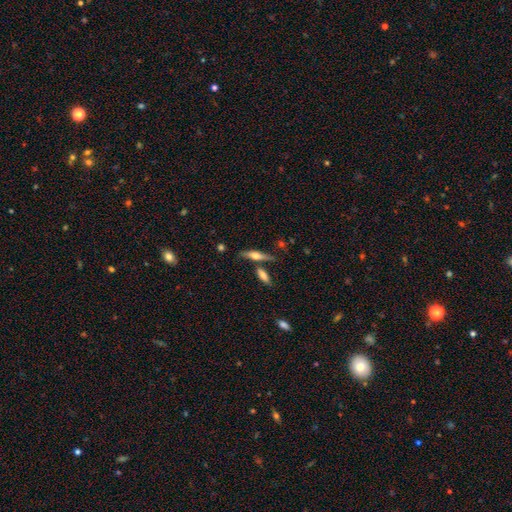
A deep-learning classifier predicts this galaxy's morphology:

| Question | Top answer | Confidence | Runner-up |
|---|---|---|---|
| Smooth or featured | featured or disk | 56% | smooth (37%) |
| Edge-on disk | yes | 94% | no (6%) |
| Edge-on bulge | rounded | 90% | boxy (6%) |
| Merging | none | 72% | merger (13%) |